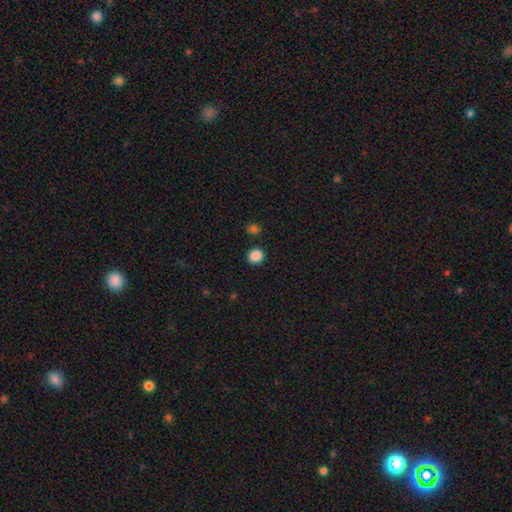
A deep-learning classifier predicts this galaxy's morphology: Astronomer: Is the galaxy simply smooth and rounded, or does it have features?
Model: smooth — 87%.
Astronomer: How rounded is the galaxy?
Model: round — 88%.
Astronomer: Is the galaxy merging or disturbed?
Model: none — 89%.